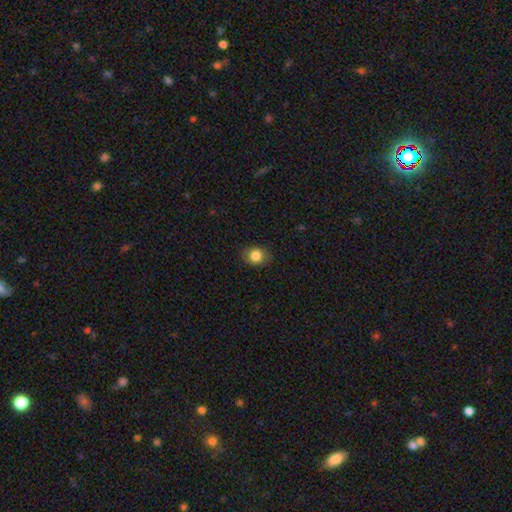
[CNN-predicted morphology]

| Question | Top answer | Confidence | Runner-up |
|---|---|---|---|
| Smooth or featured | smooth | 84% | star or artifact (10%) |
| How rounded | round | 59% | in between (40%) |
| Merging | none | 85% | minor disturbance (11%) |